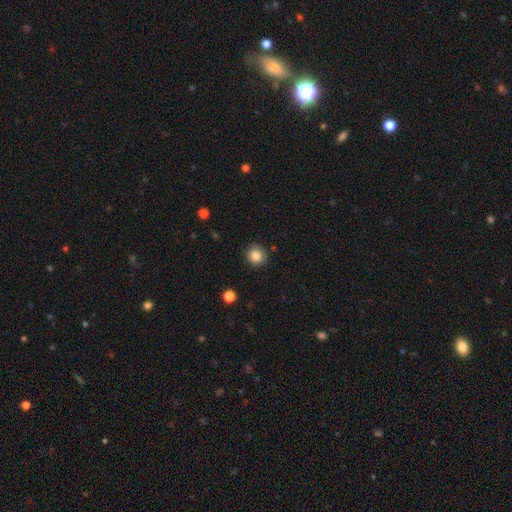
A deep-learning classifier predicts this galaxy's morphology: This appears to be a smooth galaxy with no disk features (85%) that is round (89%). Merging: none (86%).